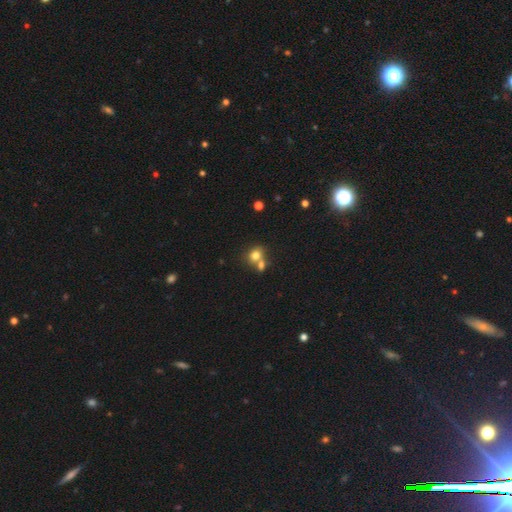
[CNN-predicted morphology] This is likely a smooth galaxy (76%). How rounded: possibly round (60%). Merging: possibly merger (49%).